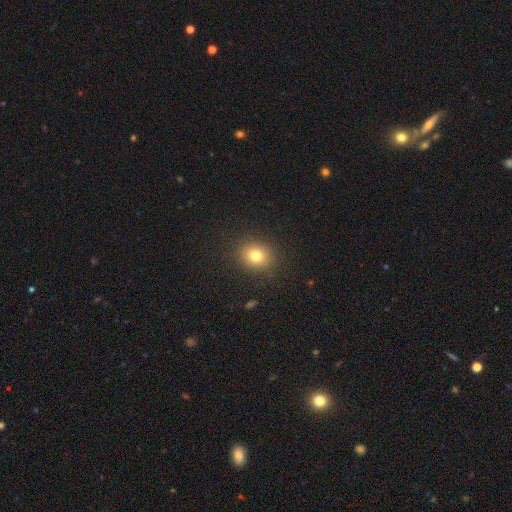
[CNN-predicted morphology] Smooth or featured: smooth — 79% (star or artifact — 13%)
How rounded: round — 65% (in between — 34%)
Merging: none — 88% (minor disturbance — 8%)